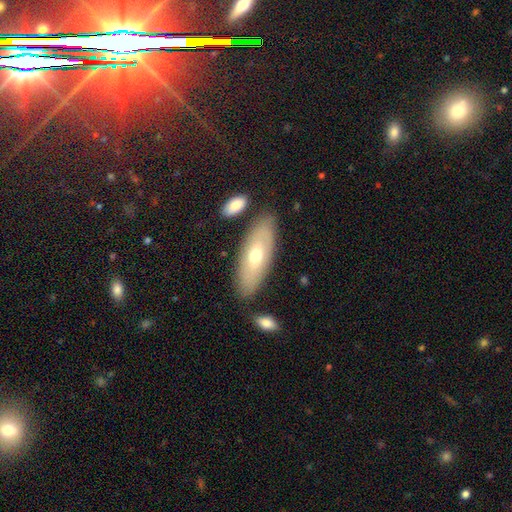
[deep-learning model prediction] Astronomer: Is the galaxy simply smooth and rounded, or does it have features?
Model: smooth — 58% (runner-up: featured or disk, 36%).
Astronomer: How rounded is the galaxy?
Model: in between — 75%.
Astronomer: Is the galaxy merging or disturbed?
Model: none — 79%.